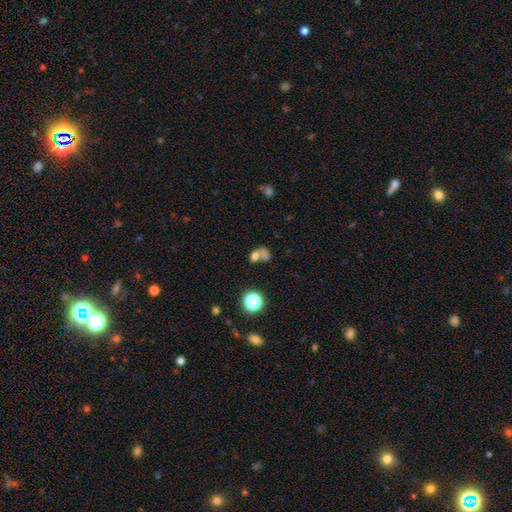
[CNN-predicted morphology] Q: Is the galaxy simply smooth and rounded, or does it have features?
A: smooth — 62%.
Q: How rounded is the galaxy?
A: in between — 59%.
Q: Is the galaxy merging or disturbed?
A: merger — 55%.